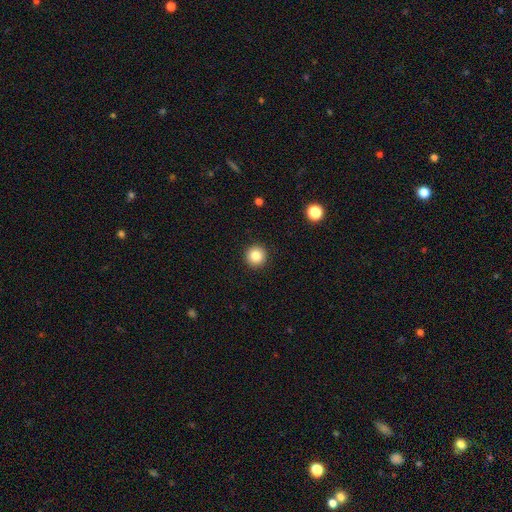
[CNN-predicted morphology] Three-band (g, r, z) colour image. It shows a smooth galaxy with no disk features (85%) that is round (95%). Merging: none (92%).